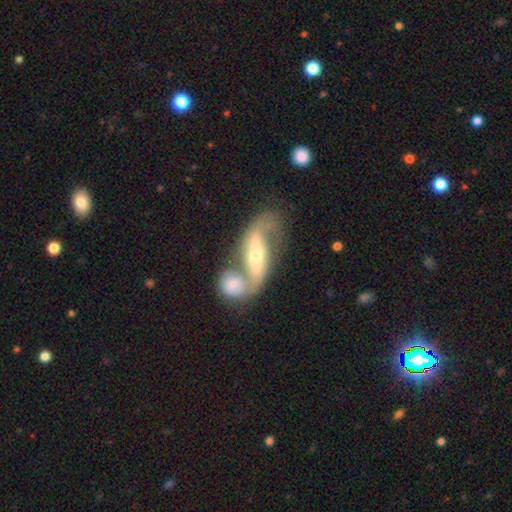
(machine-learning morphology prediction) Smooth or featured?
  - featured or disk: 77% *
  - smooth: 18%
  - star or artifact: 6%
Edge-on disk?
  - no: 90% *
  - yes: 10%
Bar?
  - strong: 37% *
  - no: 32%
  - weak: 31%
Spiral arms?
  - yes: 85% *
  - no: 15%
Spiral winding?
  - loose: 65% *
  - medium: 26%
  - tight: 9%
Spiral arm count?
  - 2: 86% *
  - can't tell: 6%
  - 1: 5%
  - 3: 1%
  - 4: 1%
  - more than 4: 1%
Bulge size?
  - moderate: 58% *
  - small: 33%
  - large: 6%
  - none: 2%
  - dominant: 1%
Merging?
  - merger: 57% *
  - none: 24%
  - minor disturbance: 10%
  - major disturbance: 9%